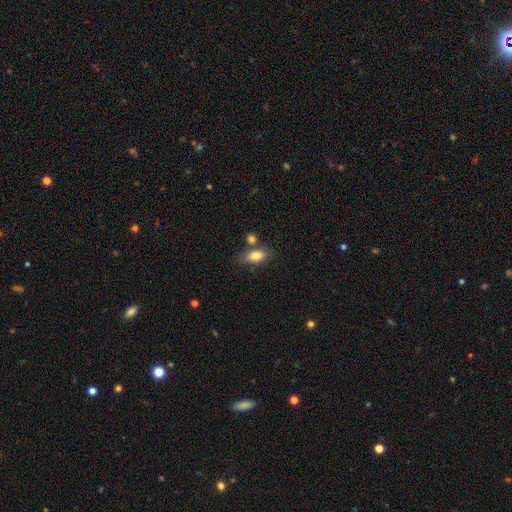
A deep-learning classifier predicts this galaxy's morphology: This is clearly a smooth galaxy (82%). How rounded: clearly in between (86%). Merging: likely none (63%).